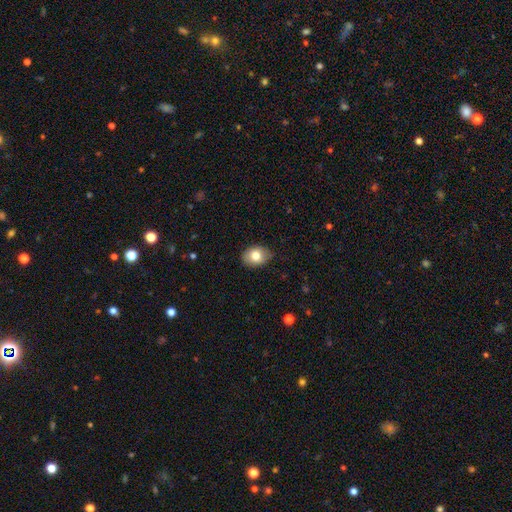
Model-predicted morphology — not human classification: Q: Smooth or featured?
A: smooth (79%); runner-up: featured or disk (13%)
Q: How rounded?
A: in between (68%); runner-up: round (32%)
Q: Merging?
A: none (83%); runner-up: minor disturbance (13%)